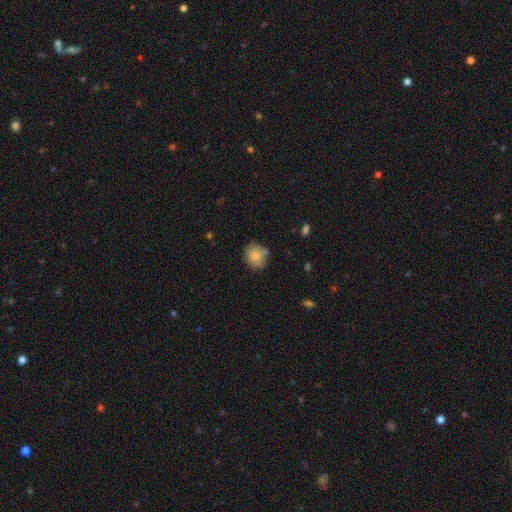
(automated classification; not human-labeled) The model was most divided on "merging": none: 68%, minor disturbance: 21%, merger: 6%, major disturbance: 4%. More confident: smooth or featured — smooth (83%); how rounded — round (73%).